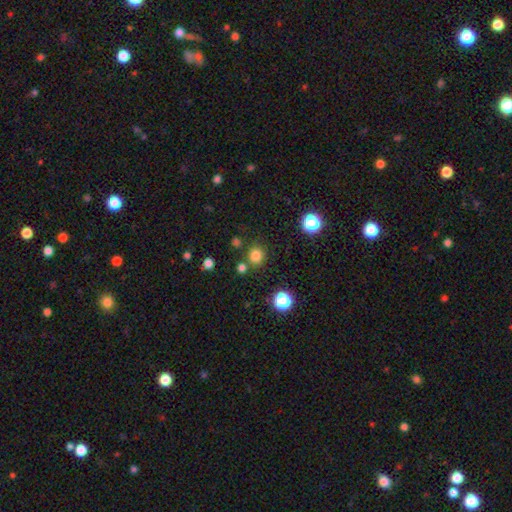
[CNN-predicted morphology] smooth 79%, star or artifact 16%, featured or disk 5%. Down the decision tree: how rounded — round (88%); merging — none (80%).